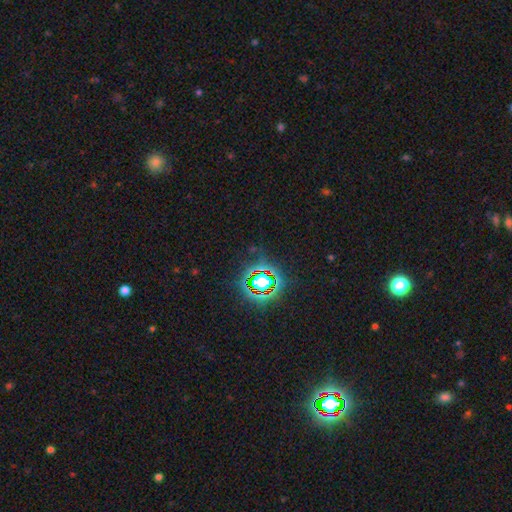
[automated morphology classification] Smooth or featured: star or artifact — 81% (smooth — 12%)